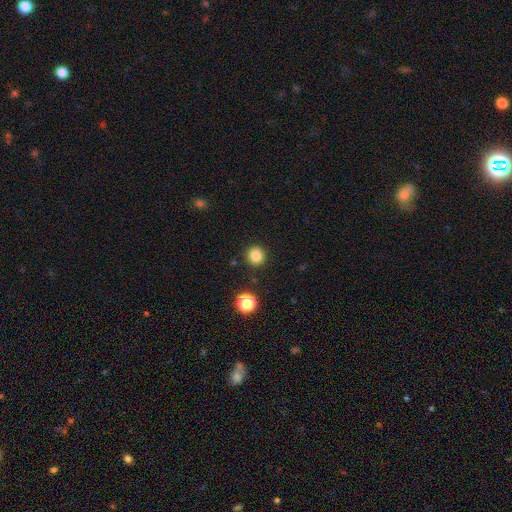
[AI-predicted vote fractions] smooth 83%, star or artifact 13%, featured or disk 4%. Down the decision tree: how rounded — round (91%); merging — none (90%).